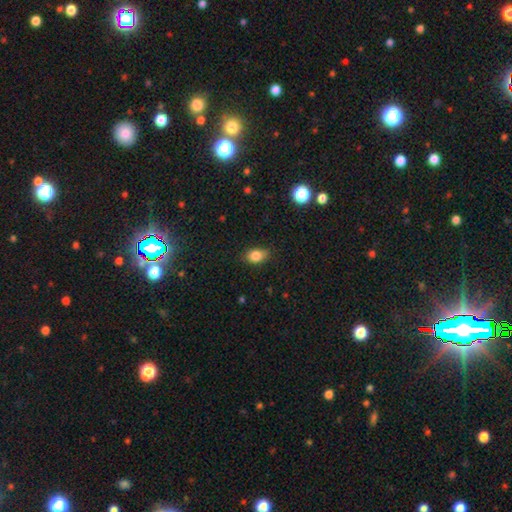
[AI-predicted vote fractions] Smooth or featured? smooth (84%)
How rounded? in between (79%)
Merging? none (80%)